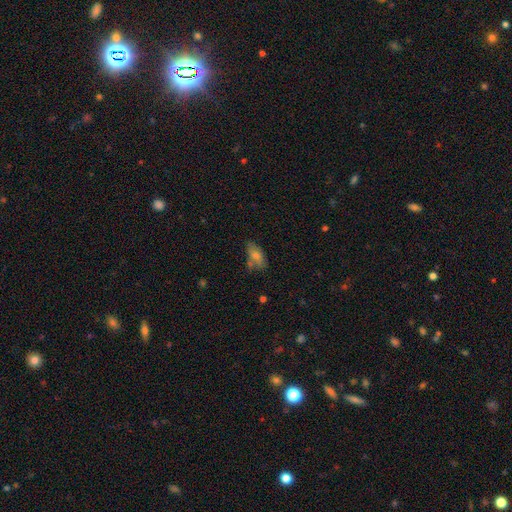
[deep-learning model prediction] Smooth or featured? Predicted: smooth (p=0.62). How rounded? Predicted: in between (p=0.84). Merging? Predicted: none (p=0.57).